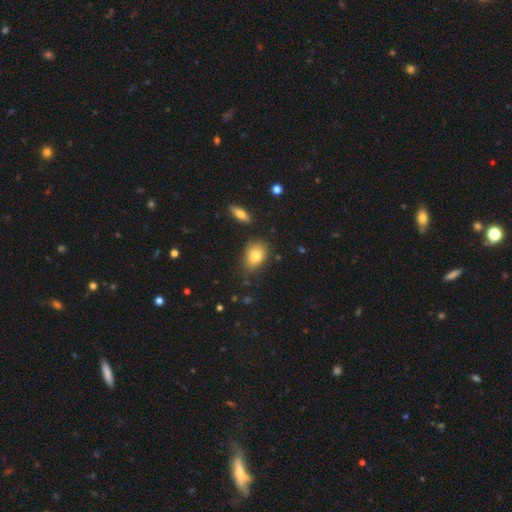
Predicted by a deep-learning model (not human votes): Smooth or featured? Predicted: smooth (p=0.80). How rounded? Predicted: in between (p=0.78). Merging? Predicted: none (p=0.75).